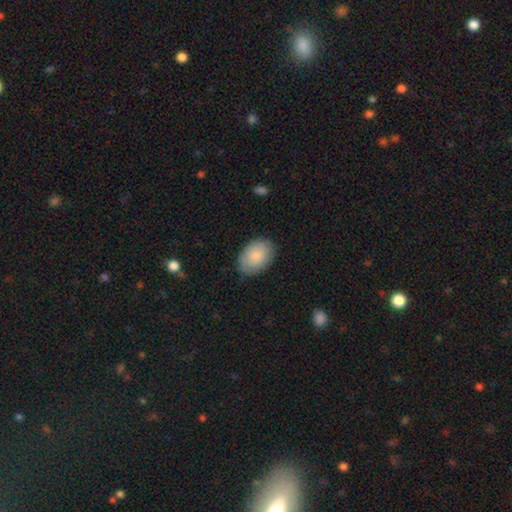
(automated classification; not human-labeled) A smooth galaxy with no disk features (85%) that is in between round and cigar-shaped (85%).

Vote fractions:
- Smooth or featured? smooth: 85% / featured or disk: 9% / star or artifact: 6%
- How rounded? in between: 85% / round: 14% / cigar-shaped: 1%
- Merging? none: 82% / minor disturbance: 14% / major disturbance: 3% / merger: 1%